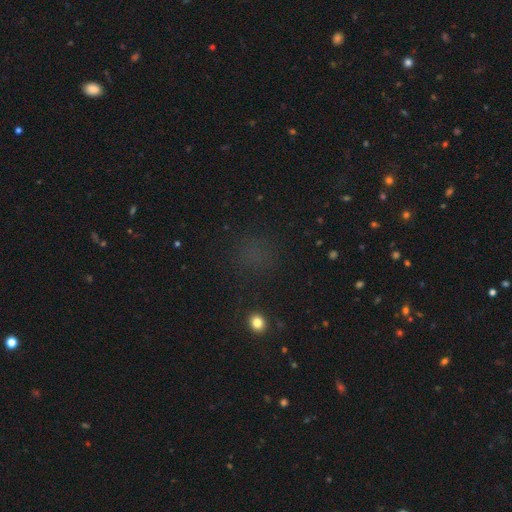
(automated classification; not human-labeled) Smooth or featured: smooth — 51% (star or artifact — 42%)
How rounded: round — 83% (in between — 15%)
Merging: none — 82% (minor disturbance — 10%)